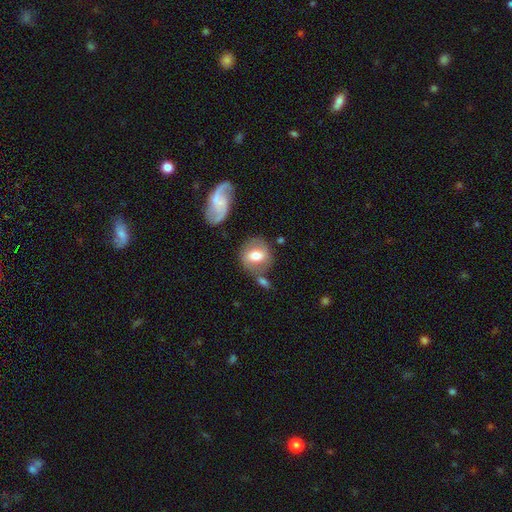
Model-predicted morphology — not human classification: Smooth or featured: smooth — 56% (featured or disk — 37%)
How rounded: round — 69% (in between — 29%)
Merging: none — 63% (minor disturbance — 17%)